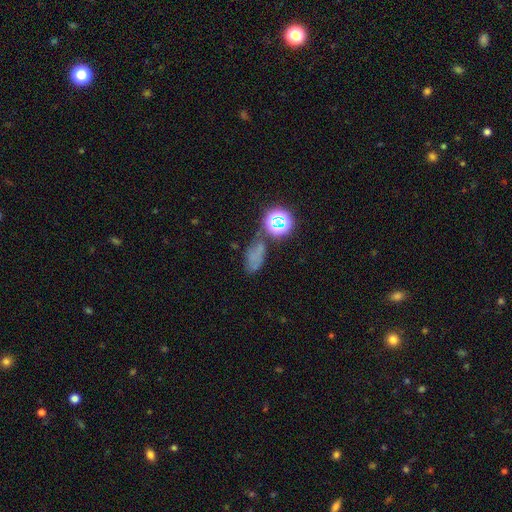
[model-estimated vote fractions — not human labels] This is possibly a smooth galaxy (48%). Merging: possibly none (51%).